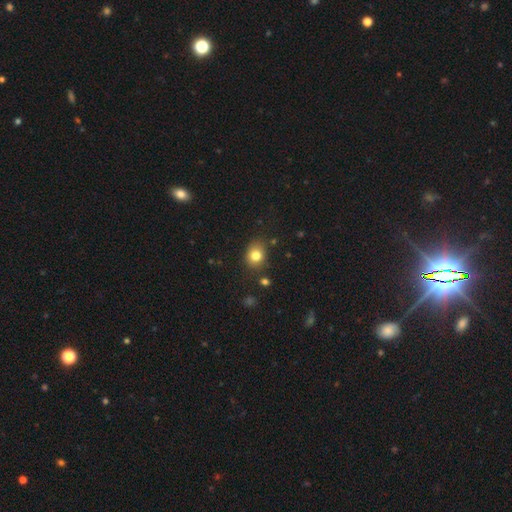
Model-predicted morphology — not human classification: A smooth galaxy with no disk features (80%) that is round (60%).

Vote fractions:
- Smooth or featured? smooth: 80% / star or artifact: 12% / featured or disk: 8%
- How rounded? round: 60% / in between: 39% / cigar-shaped: 1%
- Merging? none: 79% / minor disturbance: 14% / major disturbance: 4% / merger: 3%